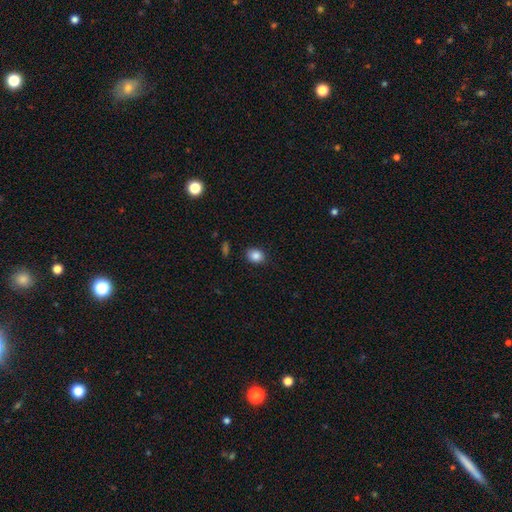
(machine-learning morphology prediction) Smooth or featured? Predicted: smooth (p=0.86). How rounded? Predicted: round (p=0.50). Merging? Predicted: none (p=0.86).